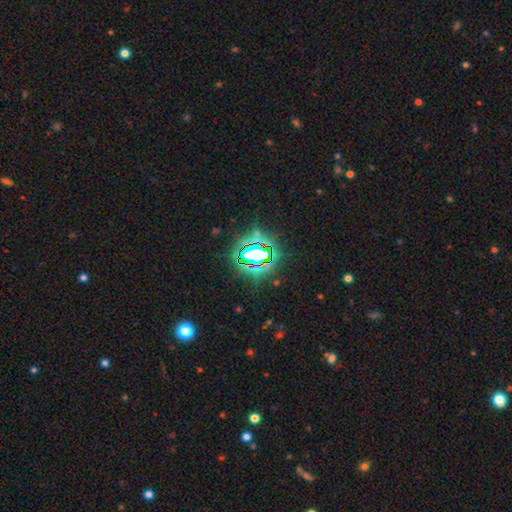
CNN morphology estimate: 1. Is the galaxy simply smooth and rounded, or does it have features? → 74% star or artifact, 16% smooth, 11% featured or disk.